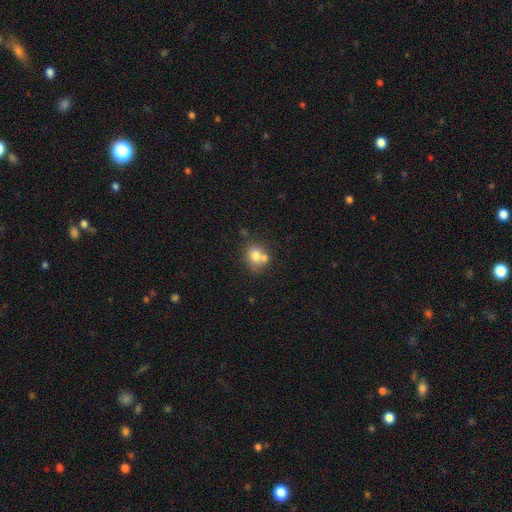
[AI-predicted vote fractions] The model was most divided on "merging": none: 46%, merger: 37%, minor disturbance: 13%, major disturbance: 5%. More confident: smooth or featured — smooth (73%); how rounded — round (70%).